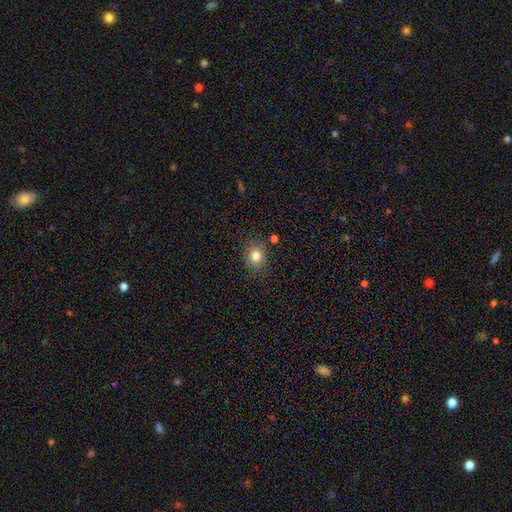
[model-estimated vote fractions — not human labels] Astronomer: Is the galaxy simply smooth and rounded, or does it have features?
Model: smooth — 81%.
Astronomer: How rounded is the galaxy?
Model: round — 57% (runner-up: in between, 42%).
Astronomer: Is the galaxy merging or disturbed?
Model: none — 81%.